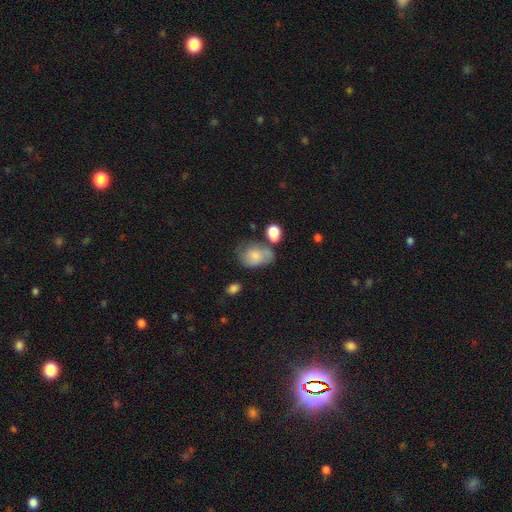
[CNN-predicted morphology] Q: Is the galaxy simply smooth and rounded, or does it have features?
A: smooth — 68%.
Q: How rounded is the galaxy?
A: in between — 75%.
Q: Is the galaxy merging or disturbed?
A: none — 36%.